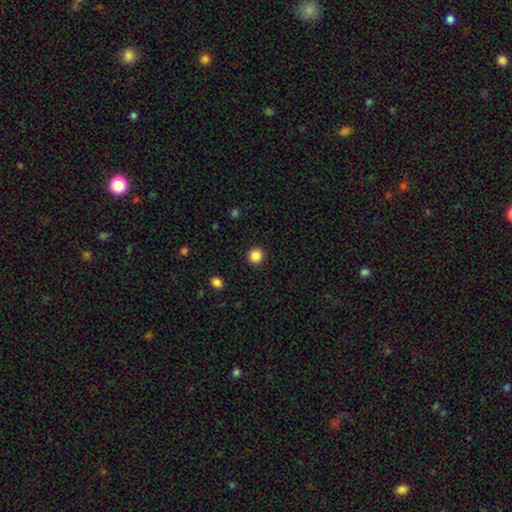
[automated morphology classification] A smooth galaxy with no disk features (87%) that is round (94%).

Vote fractions:
- Smooth or featured? smooth: 87% / star or artifact: 10% / featured or disk: 3%
- How rounded? round: 94% / in between: 5% / cigar-shaped: 1%
- Merging? none: 93% / minor disturbance: 5% / major disturbance: 2% / merger: 1%